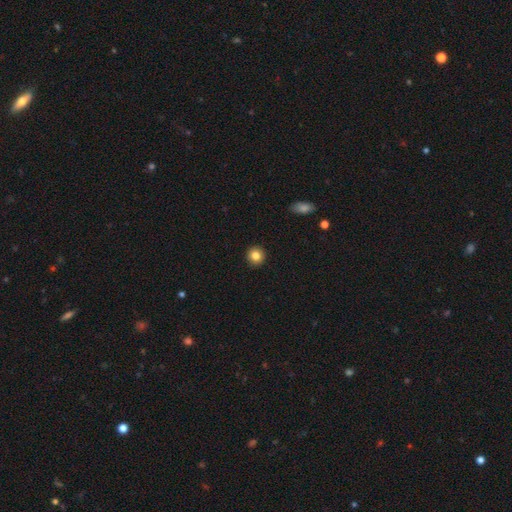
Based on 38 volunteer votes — A smooth galaxy with no disk features (87%) that is round (97%).

Vote fractions:
- Smooth or featured? smooth: 87% / star or artifact: 8% / featured or disk: 5%
- How rounded? round: 97% / in between: 3% / cigar-shaped: 0%
- Merging? none: 91% / minor disturbance: 3% / major disturbance: 3% / merger: 3%